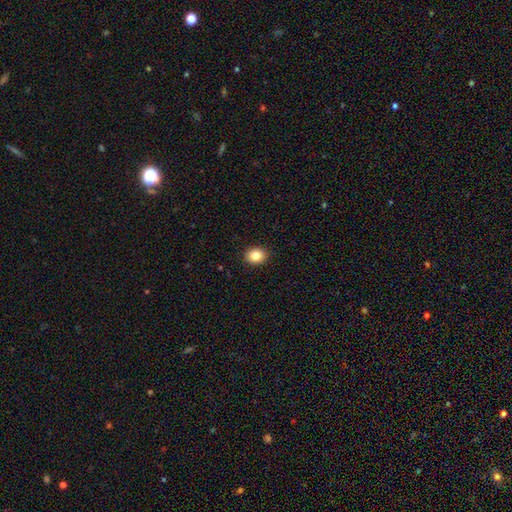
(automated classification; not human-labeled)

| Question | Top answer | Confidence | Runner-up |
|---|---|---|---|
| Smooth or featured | smooth | 84% | star or artifact (9%) |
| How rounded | round | 50% | in between (49%) |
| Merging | none | 91% | minor disturbance (6%) |